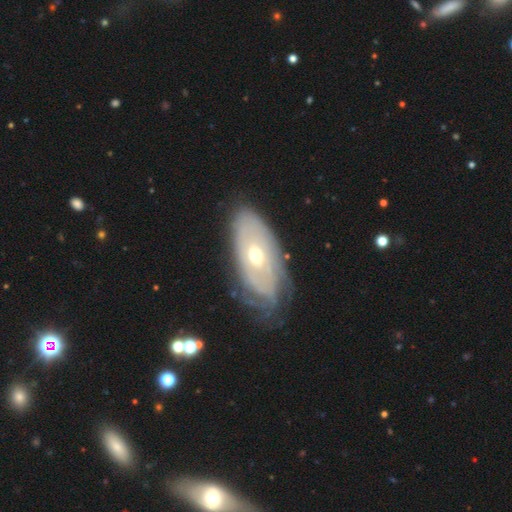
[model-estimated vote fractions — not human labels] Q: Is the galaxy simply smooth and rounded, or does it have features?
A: featured or disk — 72%.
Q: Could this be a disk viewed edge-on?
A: no — 89%.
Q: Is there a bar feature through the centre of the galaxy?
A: no — 80%.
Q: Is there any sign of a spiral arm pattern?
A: yes — 71%.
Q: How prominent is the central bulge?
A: moderate — 65%.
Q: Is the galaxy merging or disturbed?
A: none — 69%.